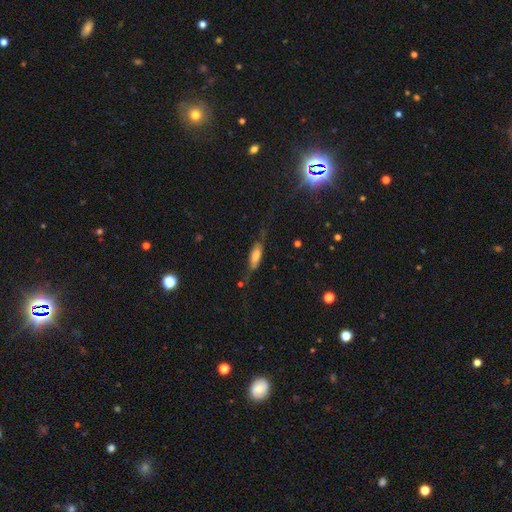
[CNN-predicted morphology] A smooth galaxy with no disk features (60%) that is in between round and cigar-shaped (57%). Merging: none (56%).